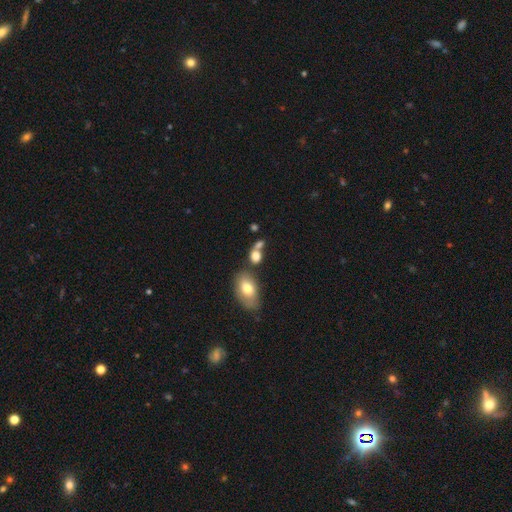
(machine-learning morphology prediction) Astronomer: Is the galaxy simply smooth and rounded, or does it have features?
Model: smooth — 79%.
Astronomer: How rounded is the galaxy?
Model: in between — 58% (runner-up: round, 38%).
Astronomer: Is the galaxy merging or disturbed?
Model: none — 42% (runner-up: merger, 39%).